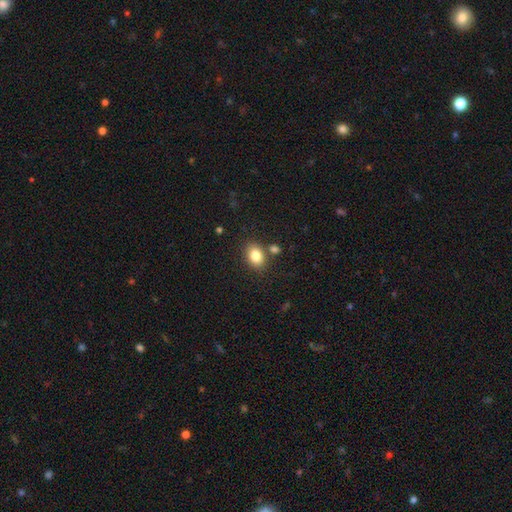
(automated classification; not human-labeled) A smooth galaxy with no disk features (83%) that is in between round and cigar-shaped (70%). Merging: none (77%).